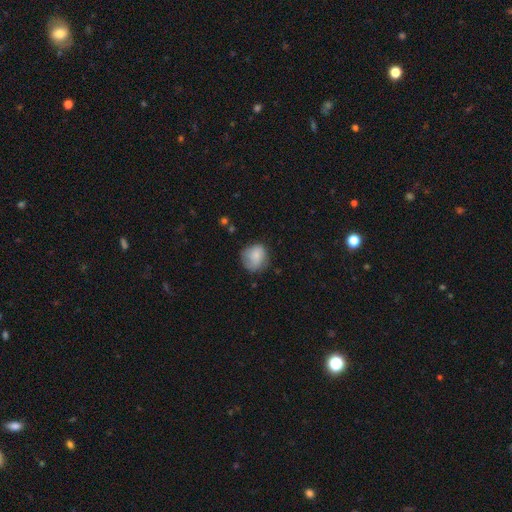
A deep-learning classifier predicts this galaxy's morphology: Overall: smooth (77%). How rounded: round (76%). Merging: none (61%; minor disturbance 27%).